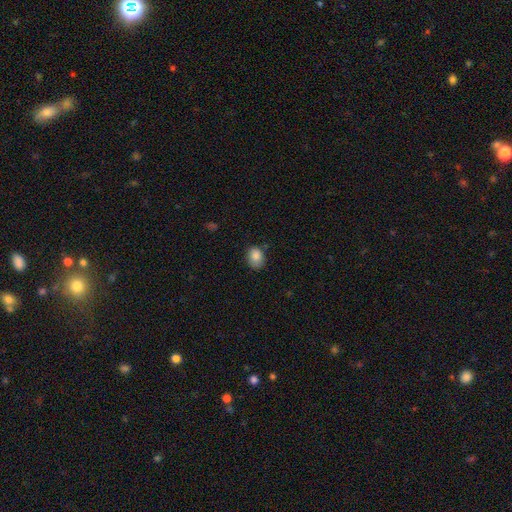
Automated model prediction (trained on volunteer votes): Q: Smooth or featured?
A: smooth (85%); runner-up: star or artifact (9%)
Q: How rounded?
A: in between (54%); runner-up: round (45%)
Q: Merging?
A: none (68%); runner-up: minor disturbance (24%)